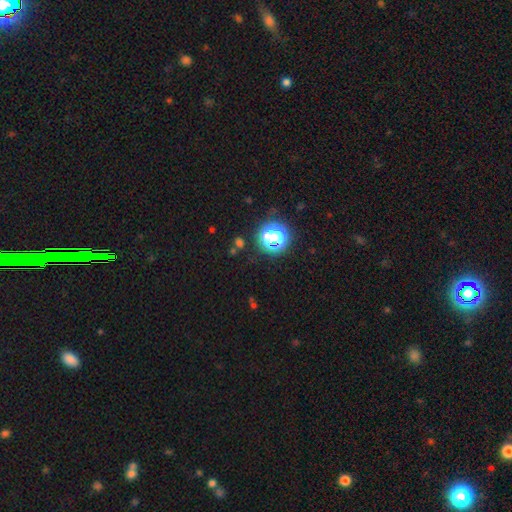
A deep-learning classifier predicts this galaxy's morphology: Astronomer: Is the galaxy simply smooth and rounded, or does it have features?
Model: star or artifact — 72%.